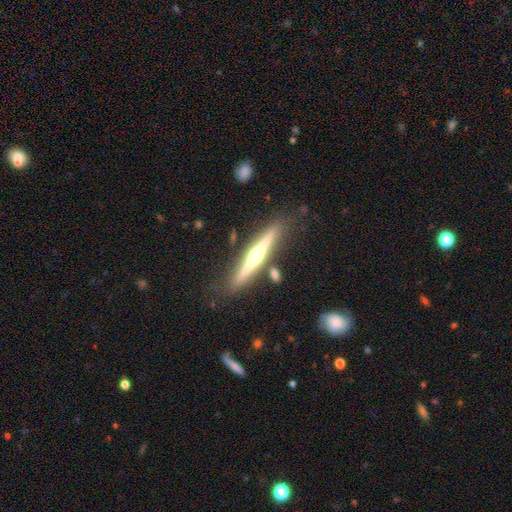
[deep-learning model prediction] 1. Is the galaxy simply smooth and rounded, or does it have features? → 76% featured or disk, 19% smooth, 6% star or artifact.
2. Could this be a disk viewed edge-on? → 97% yes, 3% no.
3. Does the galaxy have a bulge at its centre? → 92% rounded, 4% none, 3% boxy.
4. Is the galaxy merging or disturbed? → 83% none, 10% minor disturbance, 4% merger, 2% major disturbance.